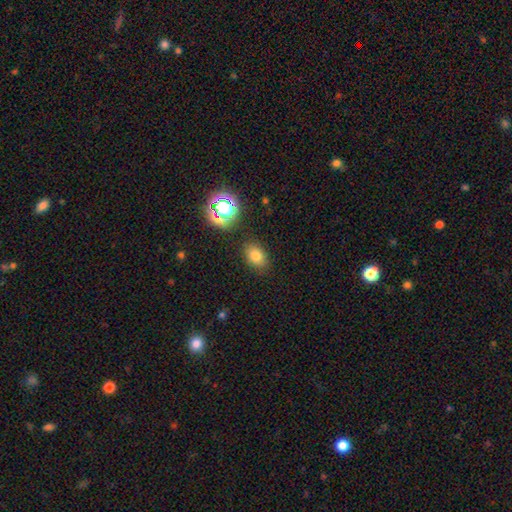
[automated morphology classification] A smooth galaxy with no disk features (74%) that is in between round and cigar-shaped (72%). Merging: none (83%).